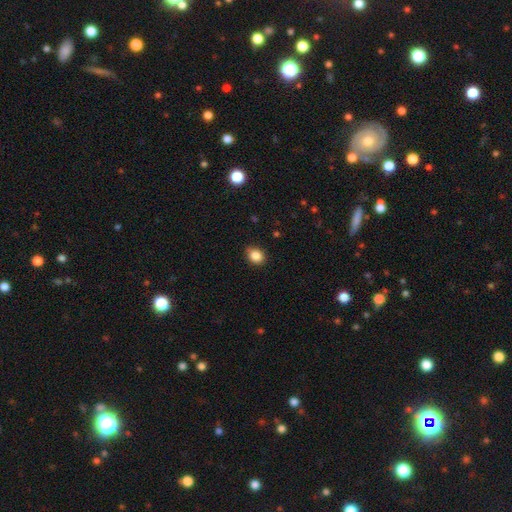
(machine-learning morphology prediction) smooth 86%, star or artifact 10%, featured or disk 4%. Down the decision tree: how rounded — round (56%); merging — none (82%).